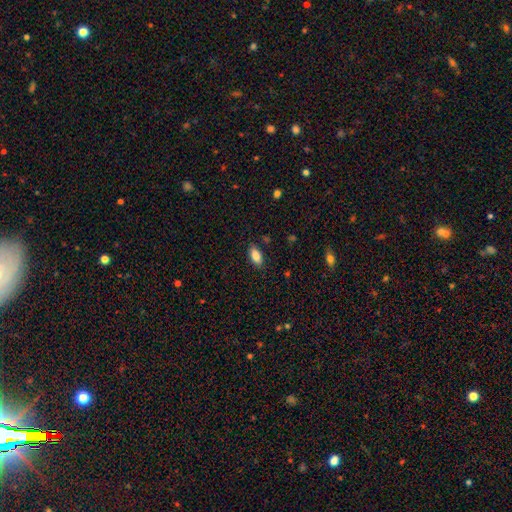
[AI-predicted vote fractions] smooth-or-featured: smooth: 86% | star or artifact: 8% | featured or disk: 6%
  how-rounded: in between: 90% | cigar-shaped: 7% | round: 3%
  merging: none: 85% | minor disturbance: 11% | major disturbance: 3% | merger: 1%